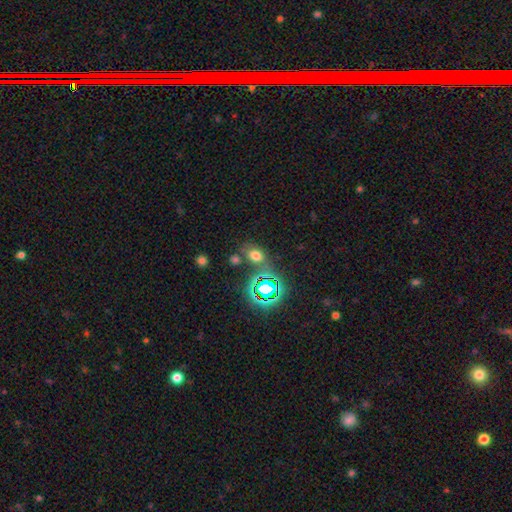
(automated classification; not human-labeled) smooth 59%, star or artifact 31%, featured or disk 10%. Down the decision tree: how rounded — in between (67%); merging — none (63%).